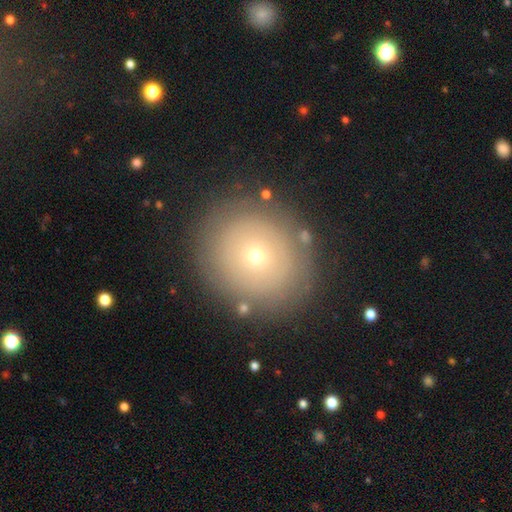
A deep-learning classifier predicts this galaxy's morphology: smooth_or_featured: smooth (p=0.55) [alt: featured or disk p=0.32]
how_rounded: round (p=0.85) [alt: in between p=0.14]
merging: none (p=0.82) [alt: minor disturbance p=0.11]